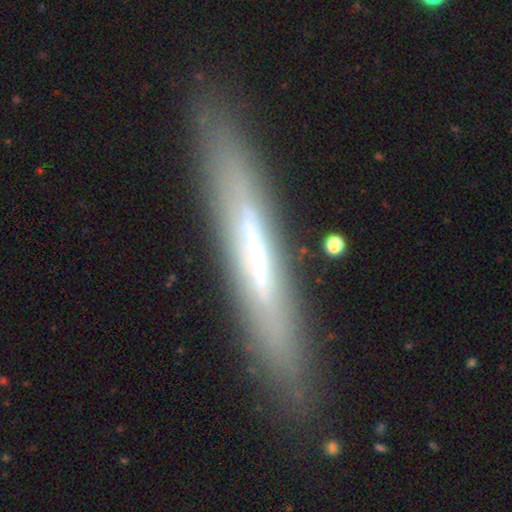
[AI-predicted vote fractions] The model was most divided on "smooth or featured": featured or disk: 57%, smooth: 35%, star or artifact: 9%. More confident: merging — none (86%); edge-on disk — yes (85%).